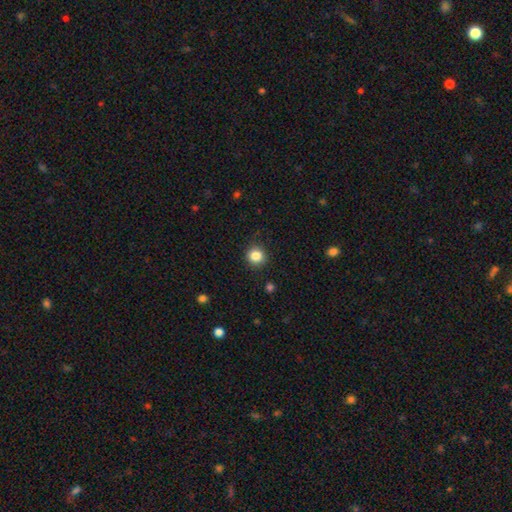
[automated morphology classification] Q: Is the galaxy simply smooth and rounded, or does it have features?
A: smooth — 85%.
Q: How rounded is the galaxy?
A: round — 89%.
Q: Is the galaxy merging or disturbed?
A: none — 89%.